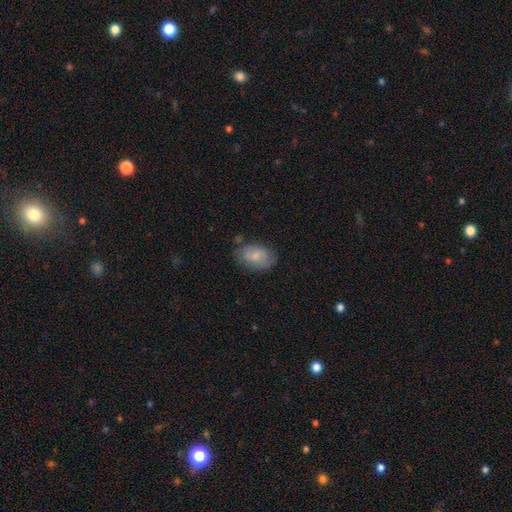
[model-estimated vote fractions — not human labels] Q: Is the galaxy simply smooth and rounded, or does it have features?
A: smooth — 68%.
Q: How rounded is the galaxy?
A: in between — 87%.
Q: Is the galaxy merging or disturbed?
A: none — 71%.